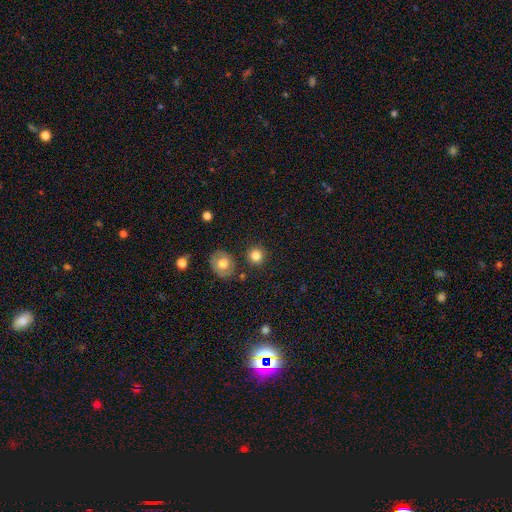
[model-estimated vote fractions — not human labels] The model was most divided on "smooth or featured": smooth: 82%, star or artifact: 11%, featured or disk: 7%. More confident: how rounded — round (90%); merging — none (85%).